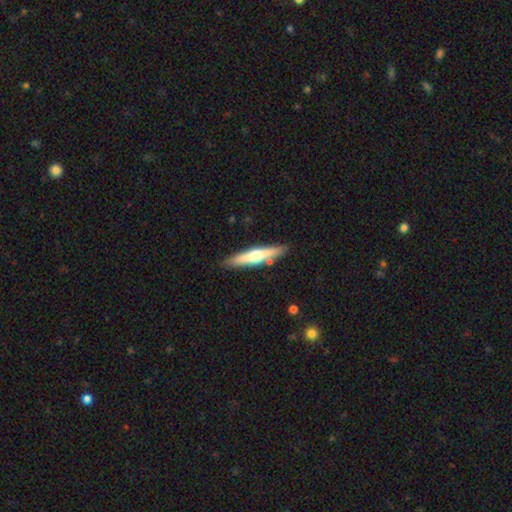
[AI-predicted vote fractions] smooth_or_featured: featured or disk (p=0.53) [alt: smooth p=0.41]
disk_edge_on: yes (p=0.93) [alt: no p=0.07]
merging: none (p=0.84) [alt: minor disturbance p=0.10]